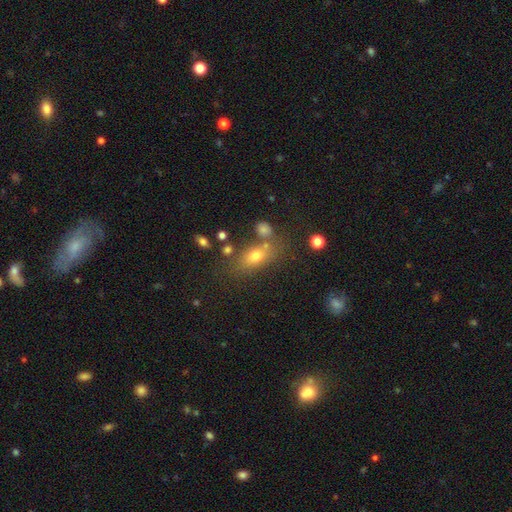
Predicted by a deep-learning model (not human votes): This is likely a smooth galaxy (69%). How rounded: likely in between (74%). Merging: likely none (63%).